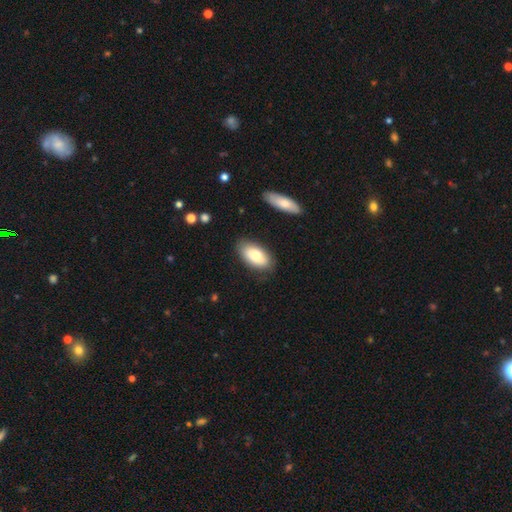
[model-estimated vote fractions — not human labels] Q: Smooth or featured?
A: smooth (78%); runner-up: featured or disk (15%)
Q: How rounded?
A: in between (93%); runner-up: cigar-shaped (4%)
Q: Merging?
A: none (83%); runner-up: minor disturbance (12%)